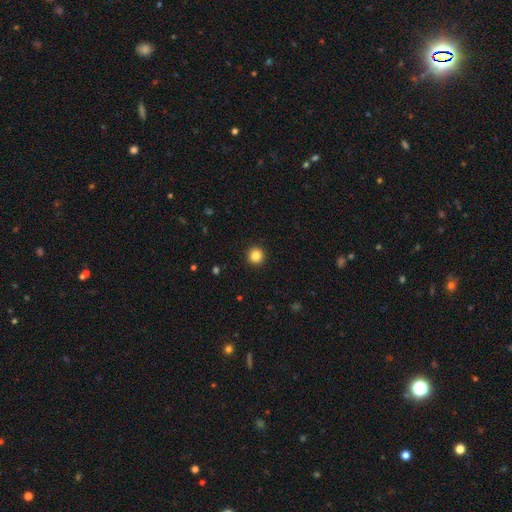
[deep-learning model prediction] Smooth or featured? smooth (85%)
How rounded? round (95%)
Merging? none (93%)